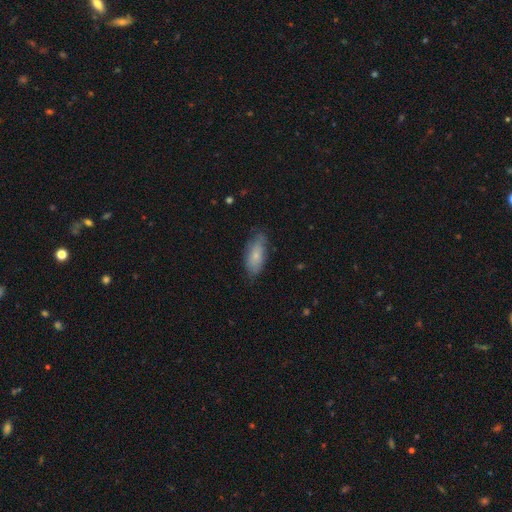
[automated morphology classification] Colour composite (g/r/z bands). It shows a smooth galaxy with no disk features (71%) that is in between round and cigar-shaped (80%). Merging: none (70%).